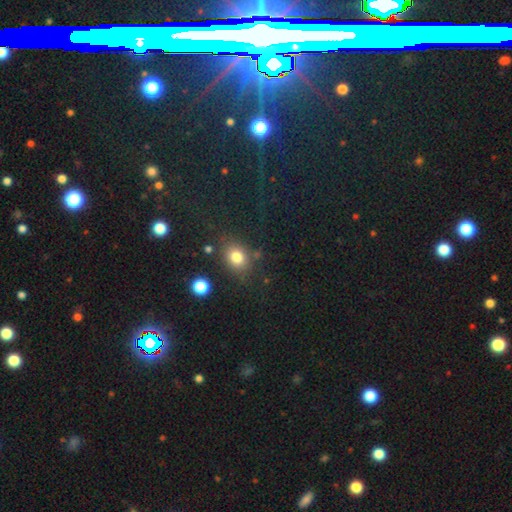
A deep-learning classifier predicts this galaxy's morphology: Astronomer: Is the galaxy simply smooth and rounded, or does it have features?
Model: star or artifact — 58%.